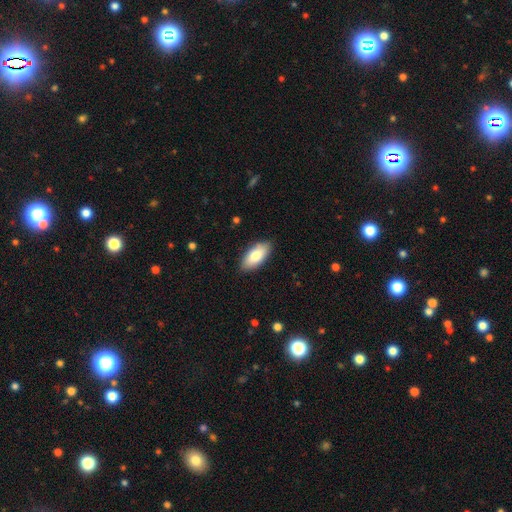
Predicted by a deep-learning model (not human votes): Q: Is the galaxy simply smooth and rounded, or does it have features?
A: smooth — 81%.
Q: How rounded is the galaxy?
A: in between — 89%.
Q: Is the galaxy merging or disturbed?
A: none — 86%.